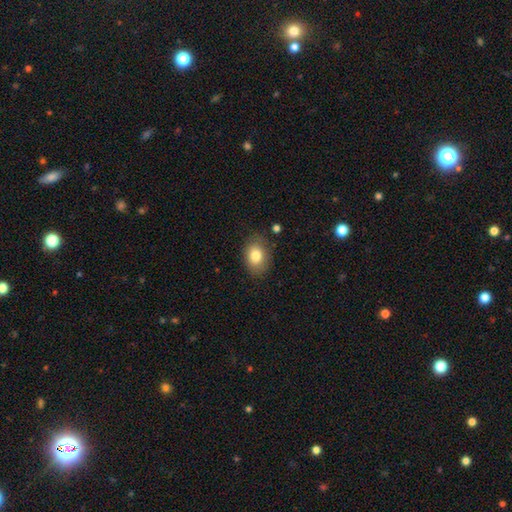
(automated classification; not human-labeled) A smooth galaxy with no disk features (82%) that is in between round and cigar-shaped (76%). Merging: none (80%).